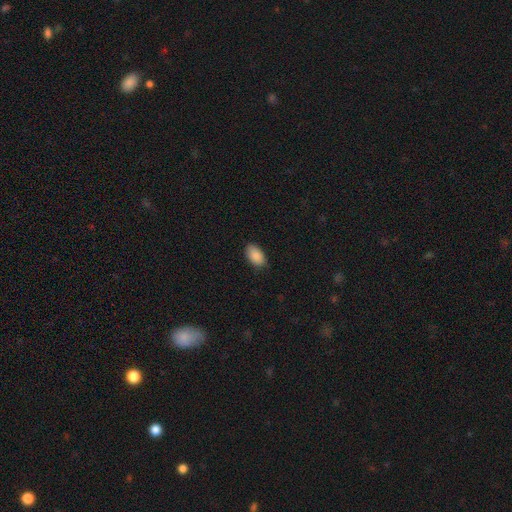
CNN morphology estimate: The model was most divided on "merging": none: 84%, minor disturbance: 12%, major disturbance: 2%, merger: 1%. More confident: how rounded — in between (94%); smooth or featured — smooth (90%).